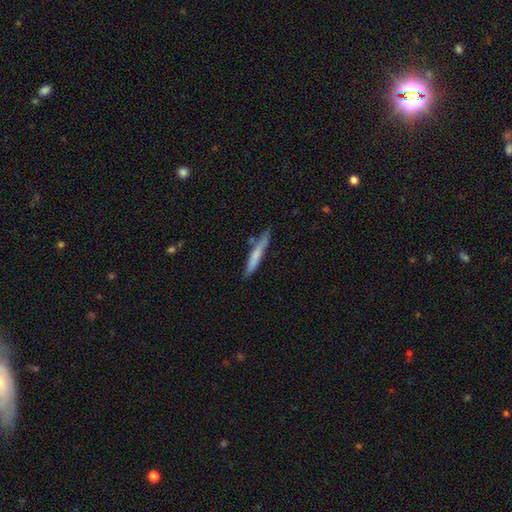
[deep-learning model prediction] smooth_or_featured: smooth (p=0.64) [alt: featured or disk p=0.31]
how_rounded: cigar-shaped (p=0.94) [alt: in between p=0.05]
merging: none (p=0.74) [alt: minor disturbance p=0.17]